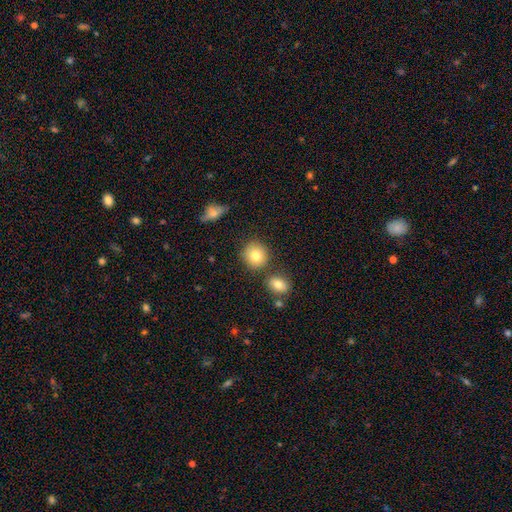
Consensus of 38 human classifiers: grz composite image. It shows a smooth galaxy with no disk features (92%) that is round (94%). Merging: none (86%).